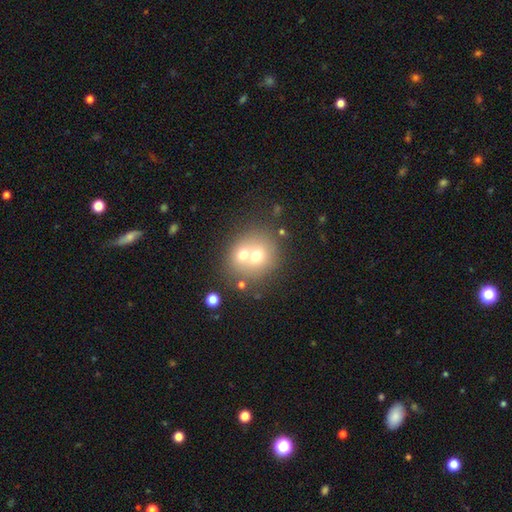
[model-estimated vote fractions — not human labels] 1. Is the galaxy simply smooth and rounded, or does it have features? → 63% smooth, 25% featured or disk, 12% star or artifact.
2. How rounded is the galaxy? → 79% round, 20% in between, 1% cigar-shaped.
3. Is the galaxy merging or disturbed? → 55% merger, 35% none, 7% minor disturbance, 3% major disturbance.